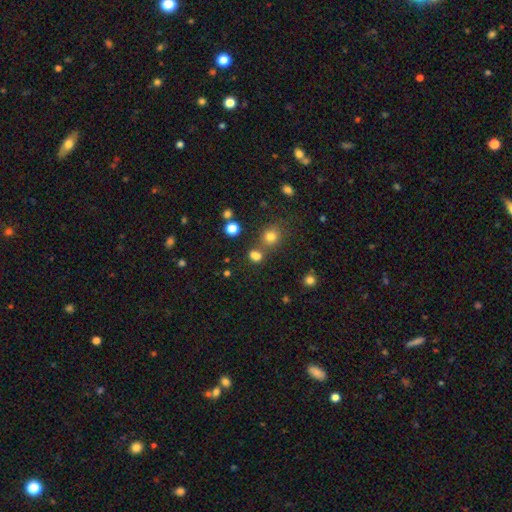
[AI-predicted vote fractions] This appears to be a smooth galaxy with no disk features (74%) that is round (61%). Merging: none (64%).